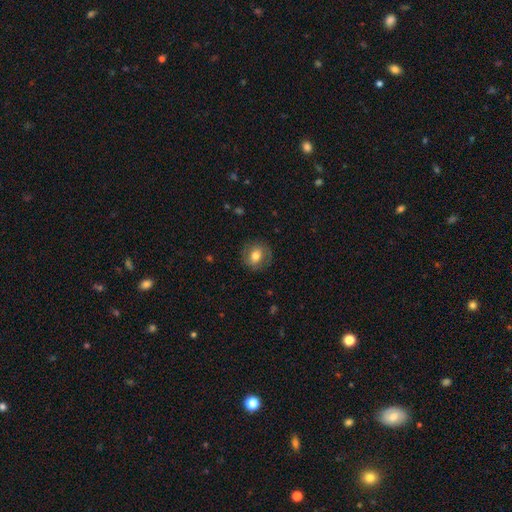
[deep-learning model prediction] This appears to be a smooth galaxy with no disk features (59%) that is round (66%). Merging: none (79%).